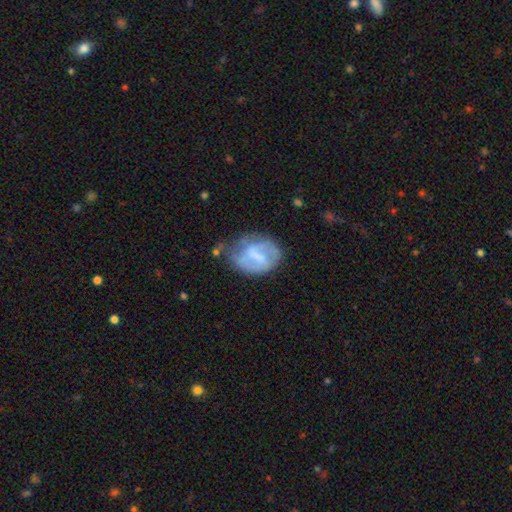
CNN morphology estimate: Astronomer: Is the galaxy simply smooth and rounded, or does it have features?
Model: featured or disk — 62%.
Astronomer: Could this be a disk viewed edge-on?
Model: no — 97%.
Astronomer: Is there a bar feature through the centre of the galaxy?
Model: weak — 48% (runner-up: strong, 33%).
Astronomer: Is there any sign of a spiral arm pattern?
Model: yes — 69%.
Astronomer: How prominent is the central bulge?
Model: none — 44% (runner-up: small, 29%).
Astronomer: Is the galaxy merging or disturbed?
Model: none — 49% (runner-up: minor disturbance, 29%).